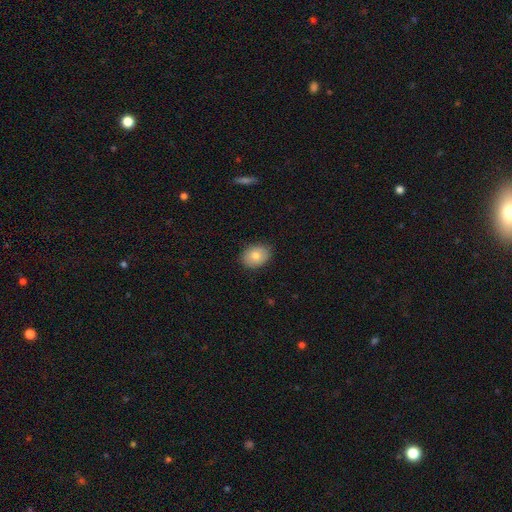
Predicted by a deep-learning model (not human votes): smooth_or_featured: smooth (p=0.81) [alt: featured or disk p=0.11]
how_rounded: in between (p=0.64) [alt: round p=0.35]
merging: none (p=0.86) [alt: minor disturbance p=0.10]